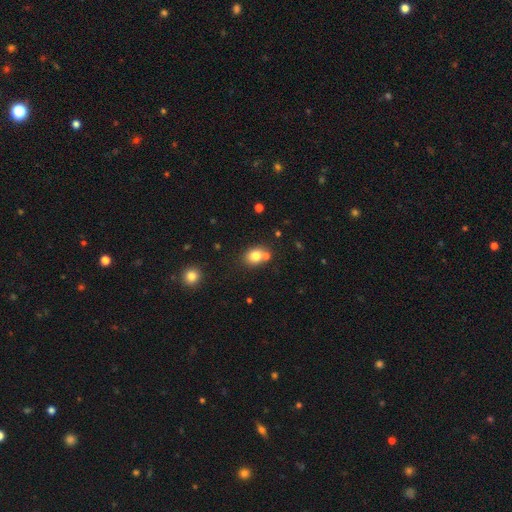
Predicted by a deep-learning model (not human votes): smooth 78%, star or artifact 11%, featured or disk 11%. Down the decision tree: how rounded — round (61%); merging — none (59%).